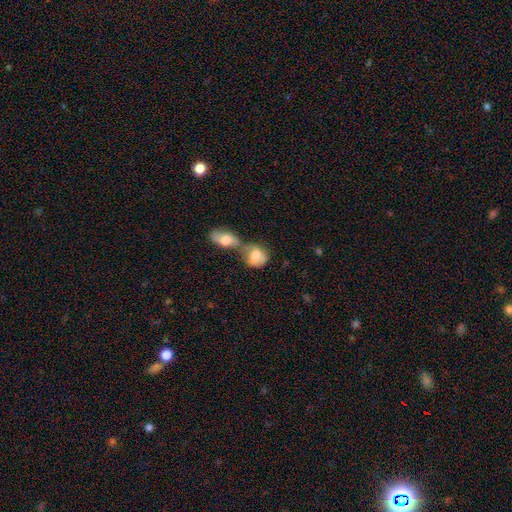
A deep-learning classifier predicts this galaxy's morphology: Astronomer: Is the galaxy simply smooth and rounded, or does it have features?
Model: smooth — 73%.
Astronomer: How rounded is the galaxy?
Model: in between — 52% (runner-up: round, 46%).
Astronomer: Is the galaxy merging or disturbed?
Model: merger — 71%.